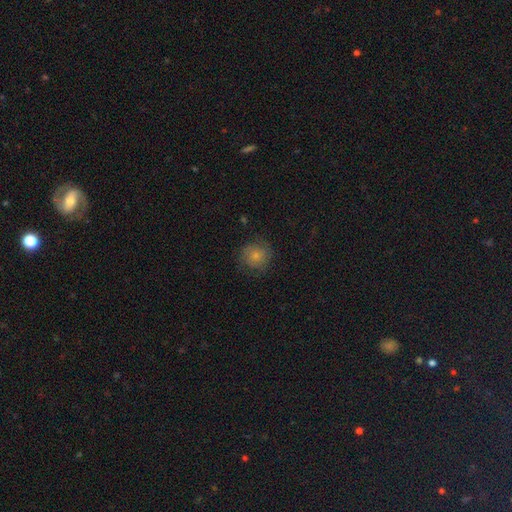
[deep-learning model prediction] Overall: smooth (73%). How rounded: round (89%). Merging: none (74%).